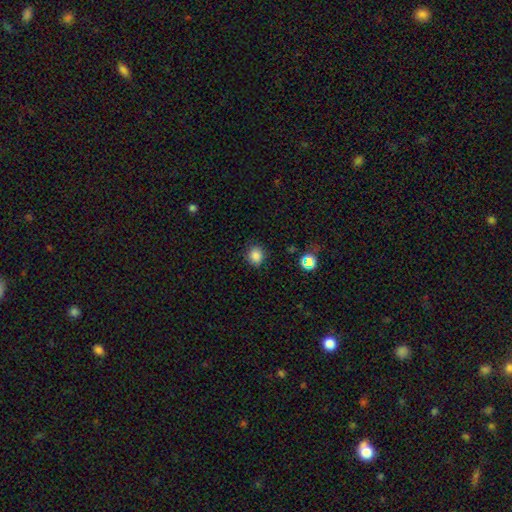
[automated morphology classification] Q: Smooth or featured?
A: smooth (84%); runner-up: star or artifact (12%)
Q: How rounded?
A: round (79%); runner-up: in between (20%)
Q: Merging?
A: none (86%); runner-up: minor disturbance (10%)